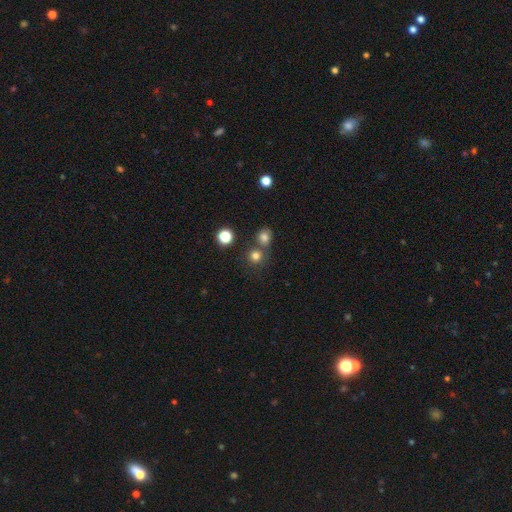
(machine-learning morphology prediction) Smooth or featured?
  - smooth: 77% *
  - star or artifact: 16%
  - featured or disk: 7%
How rounded?
  - round: 88% *
  - in between: 11%
  - cigar-shaped: 1%
Merging?
  - none: 63% *
  - merger: 26%
  - minor disturbance: 8%
  - major disturbance: 3%